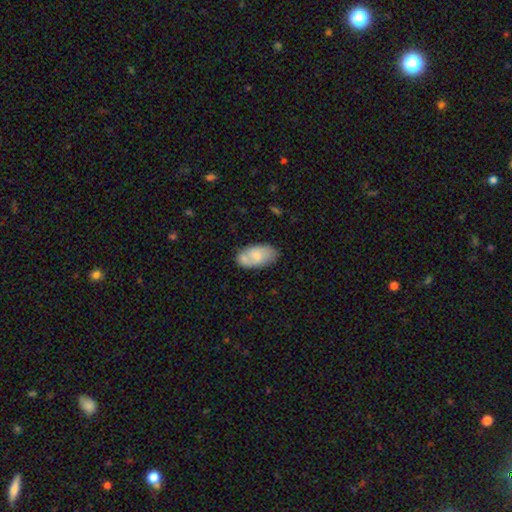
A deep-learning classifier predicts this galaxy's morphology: Smooth or featured: smooth — 66% (featured or disk — 28%)
How rounded: in between — 94% (round — 4%)
Merging: none — 59% (minor disturbance — 23%)